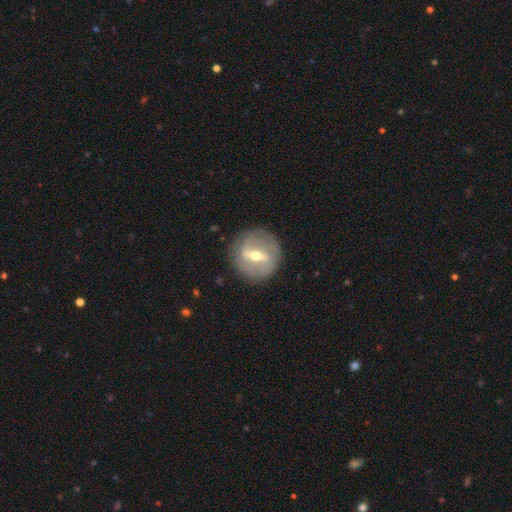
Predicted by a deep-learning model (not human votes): smooth-or-featured: featured or disk: 74% | smooth: 20% | star or artifact: 6%
  disk-edge-on: no: 83% | yes: 17%
    bar: strong: 63% | weak: 30% | no: 8%
    has-spiral-arms: no: 63% | yes: 37%
    bulge-size: moderate: 65% | small: 29% | large: 4% | dominant: 1% | none: 1%
  merging: none: 86% | minor disturbance: 9% | major disturbance: 4% | merger: 1%